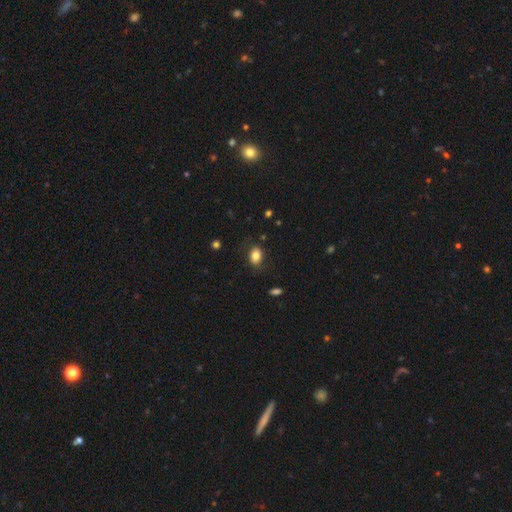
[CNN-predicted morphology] Smooth or featured? smooth (81%)
How rounded? in between (76%)
Merging? none (79%)